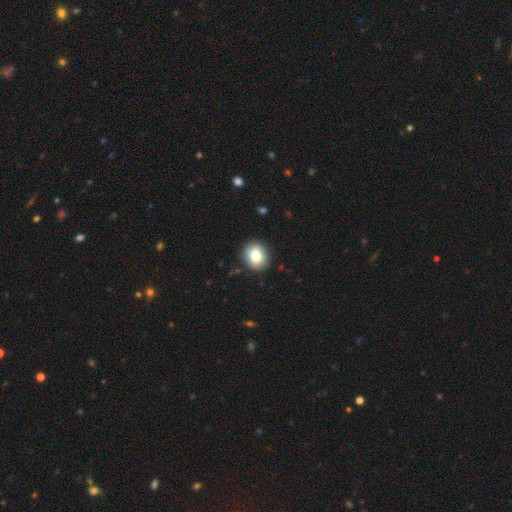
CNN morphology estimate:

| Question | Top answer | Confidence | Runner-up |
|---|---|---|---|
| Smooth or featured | smooth | 84% | star or artifact (9%) |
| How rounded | round | 64% | in between (35%) |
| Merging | none | 89% | minor disturbance (8%) |